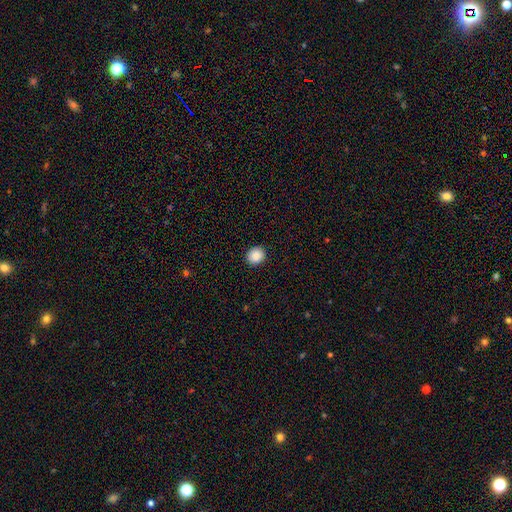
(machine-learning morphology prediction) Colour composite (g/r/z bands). It shows a smooth galaxy with no disk features (89%) that is round (79%). Merging: none (91%).